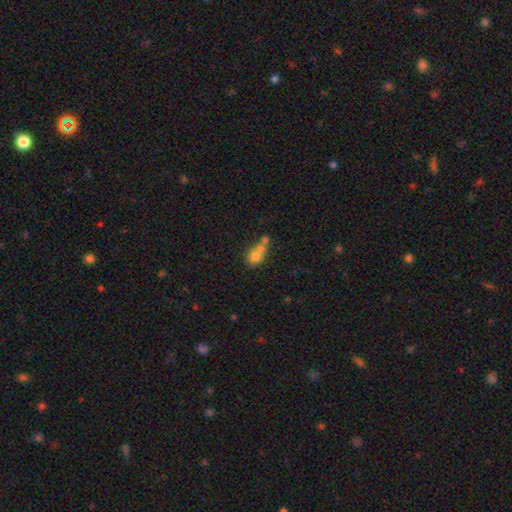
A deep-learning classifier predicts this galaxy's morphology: This is likely a smooth galaxy (72%). How rounded: likely round (65%). Merging: possibly merger (56%).